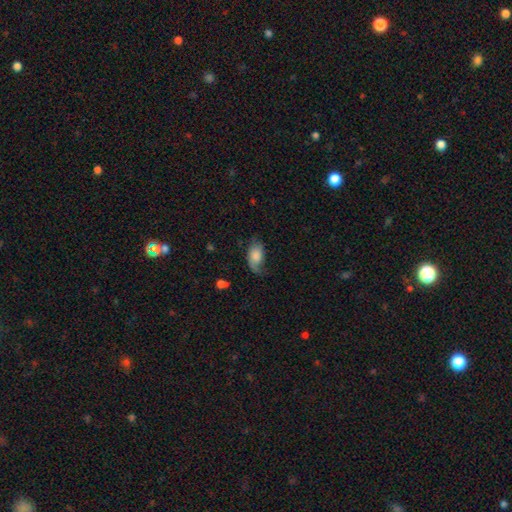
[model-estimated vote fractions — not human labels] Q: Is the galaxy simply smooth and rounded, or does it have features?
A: smooth — 61%.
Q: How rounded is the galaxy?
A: in between — 90%.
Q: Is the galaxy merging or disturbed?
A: none — 46%.